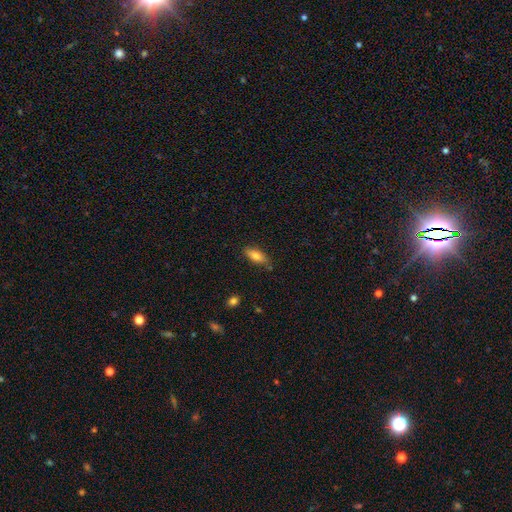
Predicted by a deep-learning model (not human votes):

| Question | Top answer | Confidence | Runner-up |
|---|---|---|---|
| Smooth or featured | smooth | 77% | featured or disk (16%) |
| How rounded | in between | 72% | cigar-shaped (25%) |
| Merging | none | 77% | minor disturbance (17%) |